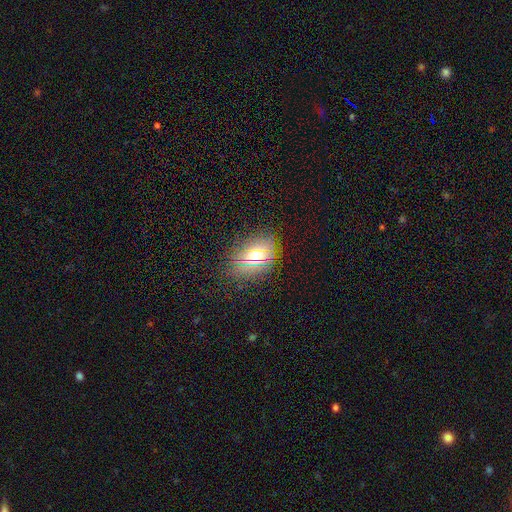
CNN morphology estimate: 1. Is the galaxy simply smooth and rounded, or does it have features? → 58% smooth, 22% star or artifact, 20% featured or disk.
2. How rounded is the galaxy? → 60% in between, 37% round, 2% cigar-shaped.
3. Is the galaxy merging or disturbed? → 83% none, 11% minor disturbance, 5% major disturbance, 1% merger.